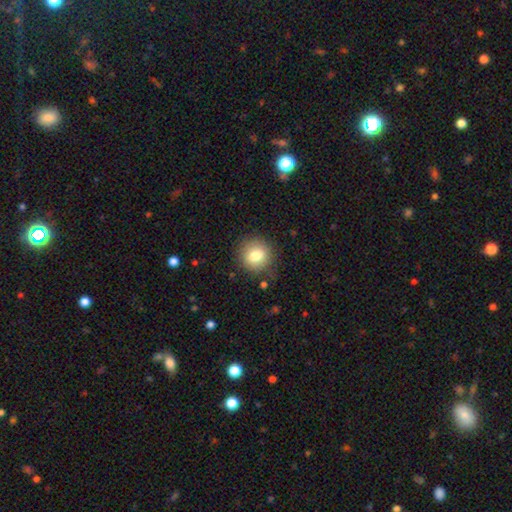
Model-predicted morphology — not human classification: Q: Smooth or featured?
A: smooth (80%); runner-up: featured or disk (11%)
Q: How rounded?
A: round (89%); runner-up: in between (10%)
Q: Merging?
A: none (85%); runner-up: minor disturbance (10%)